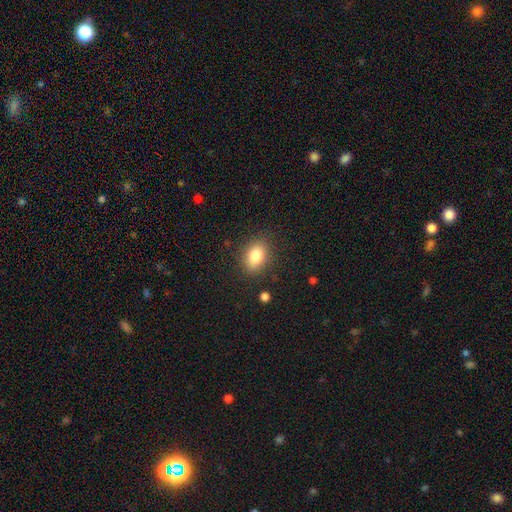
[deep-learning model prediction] smooth_or_featured: smooth (p=0.81) [alt: featured or disk p=0.09]
how_rounded: in between (p=0.74) [alt: round p=0.25]
merging: none (p=0.83) [alt: minor disturbance p=0.12]